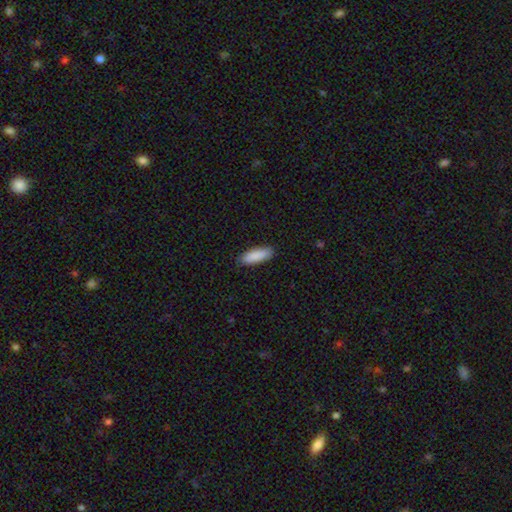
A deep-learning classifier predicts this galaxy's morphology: smooth-or-featured: smooth: 89% | star or artifact: 6% | featured or disk: 5%
  how-rounded: in between: 53% | cigar-shaped: 46% | round: 1%
  merging: none: 87% | minor disturbance: 11% | major disturbance: 2% | merger: 1%